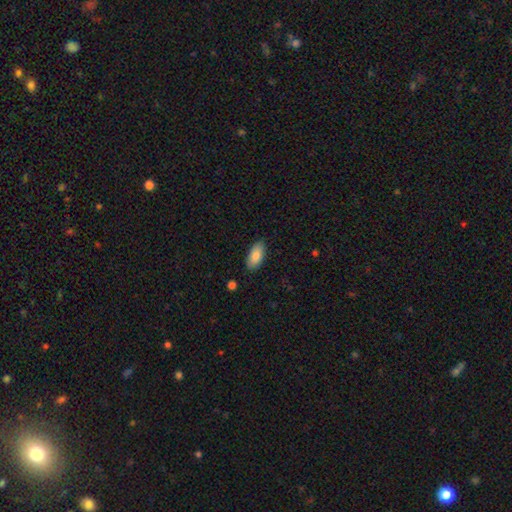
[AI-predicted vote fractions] A smooth galaxy with no disk features (87%) that is in between round and cigar-shaped (91%).

Vote fractions:
- Smooth or featured? smooth: 87% / featured or disk: 6% / star or artifact: 6%
- How rounded? in between: 91% / cigar-shaped: 7% / round: 2%
- Merging? none: 85% / minor disturbance: 11% / major disturbance: 2% / merger: 1%